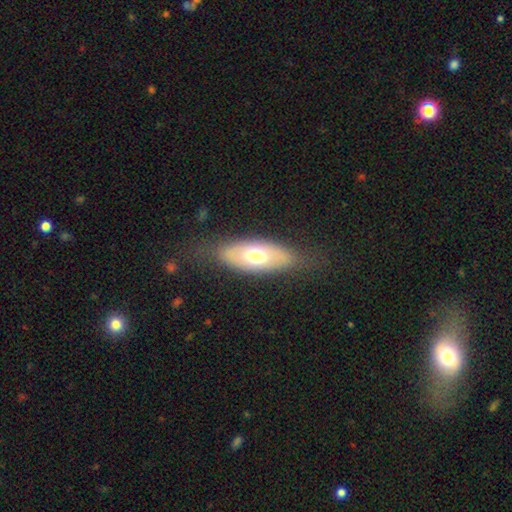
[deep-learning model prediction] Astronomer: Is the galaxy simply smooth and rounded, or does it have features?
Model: smooth — 61%.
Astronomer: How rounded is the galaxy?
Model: in between — 79%.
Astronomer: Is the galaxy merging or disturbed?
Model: none — 72%.